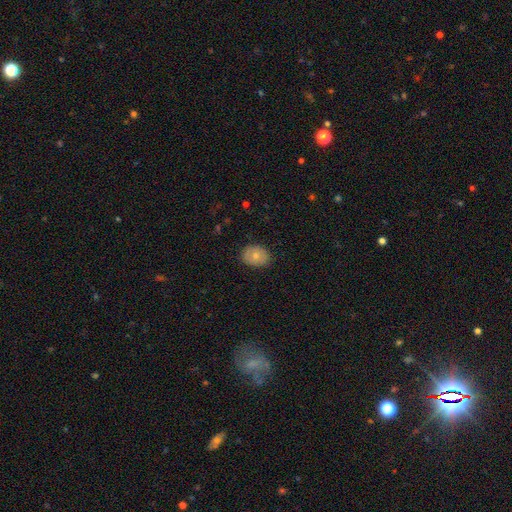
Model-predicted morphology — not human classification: Smooth or featured? smooth (72%)
How rounded? in between (55%)
Merging? none (83%)